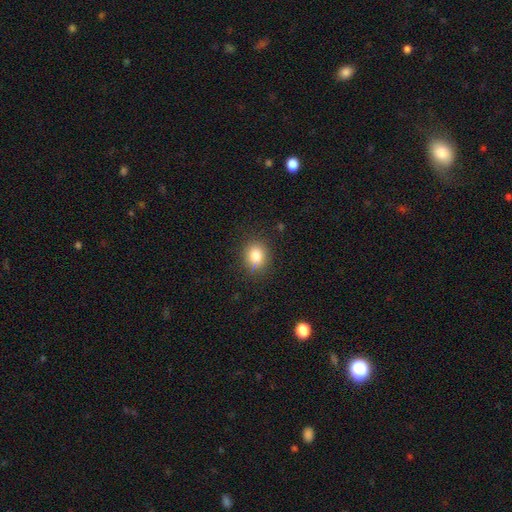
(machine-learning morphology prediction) type=smooth (81%); roundness=round (67%); merging=none (83%).